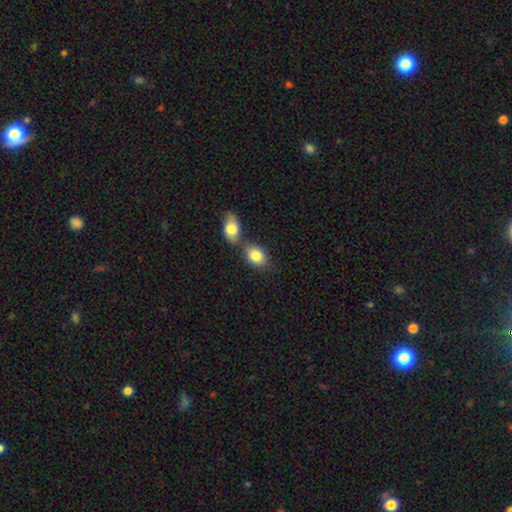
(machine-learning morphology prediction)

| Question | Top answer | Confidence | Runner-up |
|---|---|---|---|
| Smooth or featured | smooth | 83% | featured or disk (9%) |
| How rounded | in between | 72% | round (27%) |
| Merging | merger | 45% | none (43%) |